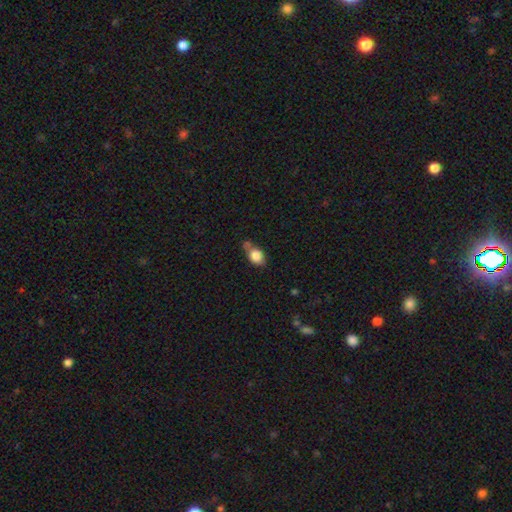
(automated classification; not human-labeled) This is clearly a smooth galaxy (82%). How rounded: likely in between (70%). Merging: marginally none (42%).